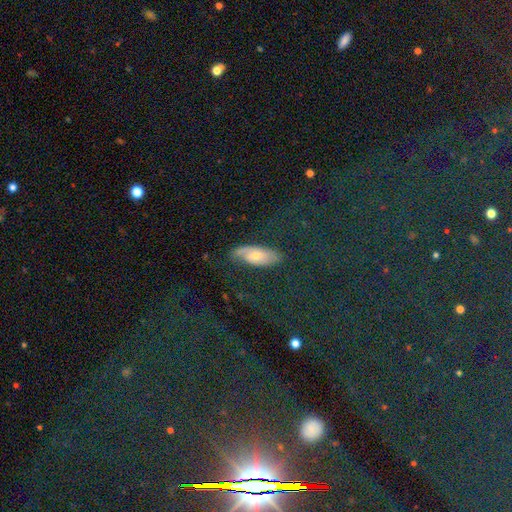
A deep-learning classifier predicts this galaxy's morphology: This is possibly a featured or disk galaxy (49%). Merging: likely none (68%).